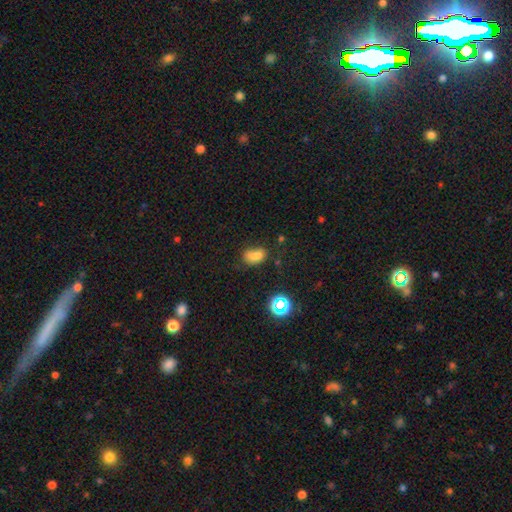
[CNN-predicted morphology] Smooth or featured? Predicted: smooth (p=0.73). How rounded? Predicted: in between (p=0.82). Merging? Predicted: none (p=0.49).